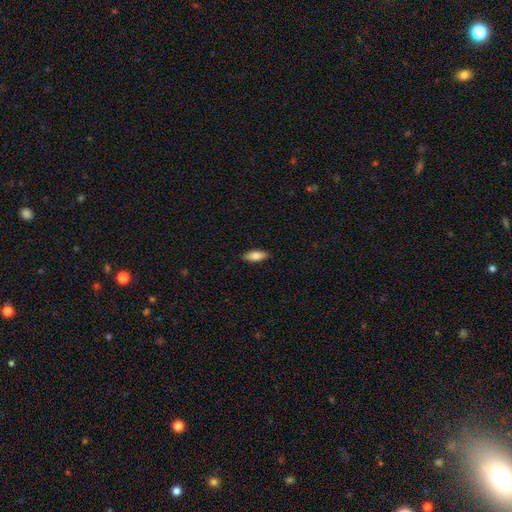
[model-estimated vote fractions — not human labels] A smooth galaxy with no disk features (76%) that is in between round and cigar-shaped (76%). Merging: none (89%).